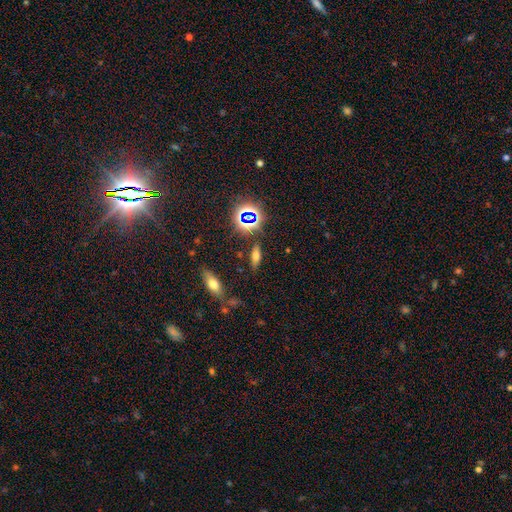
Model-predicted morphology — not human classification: smooth 55%, star or artifact 25%, featured or disk 20%. Down the decision tree: how rounded — in between (58%); merging — none (83%).